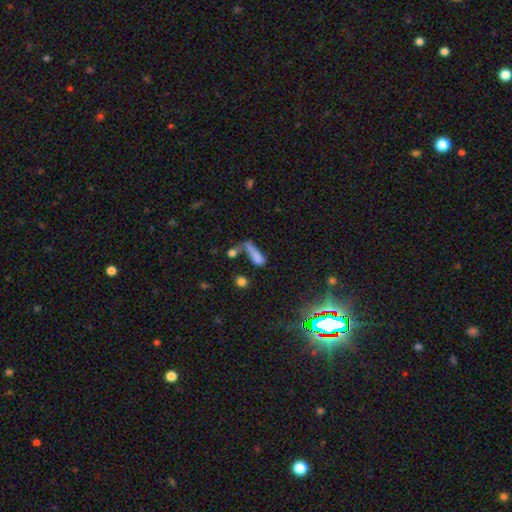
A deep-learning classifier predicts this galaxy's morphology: Overall: smooth (68%). How rounded: cigar-shaped (51%; in between 43%). Merging: none (30%, tied with merger).